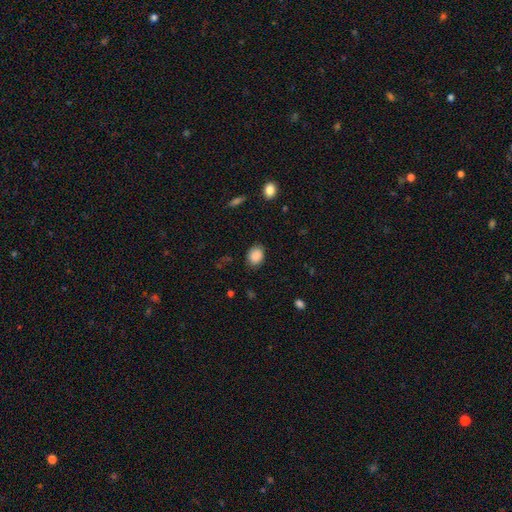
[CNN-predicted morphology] type=smooth (88%); roundness=in between (56%); merging=none (82%).